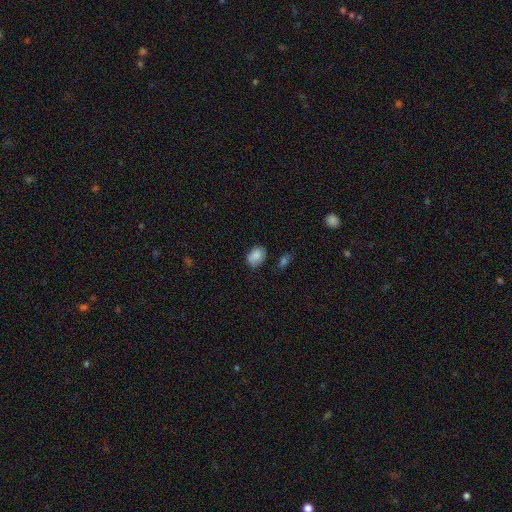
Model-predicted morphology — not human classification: Overall: smooth (82%). How rounded: in between (71%). Merging: none (63%; minor disturbance 26%).